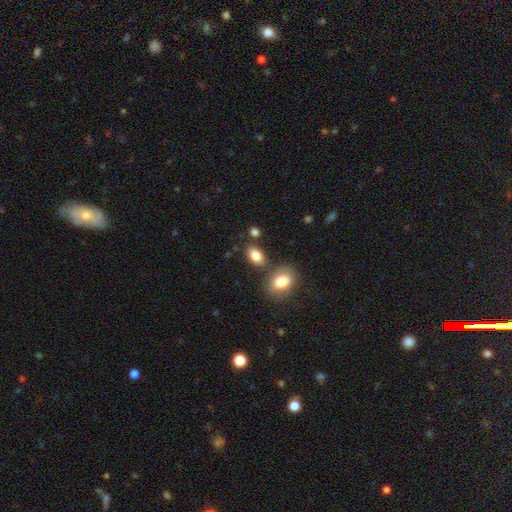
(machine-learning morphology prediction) Q: Smooth or featured?
A: smooth (84%); runner-up: star or artifact (8%)
Q: How rounded?
A: in between (89%); runner-up: round (9%)
Q: Merging?
A: none (72%); runner-up: merger (13%)